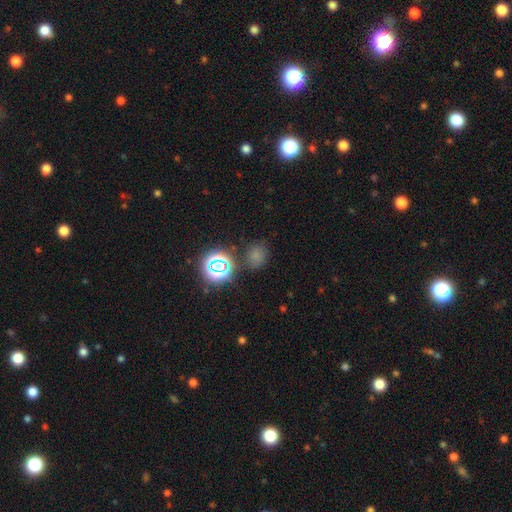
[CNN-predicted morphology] This is likely a smooth galaxy (64%). How rounded: likely round (69%). Merging: likely none (74%).